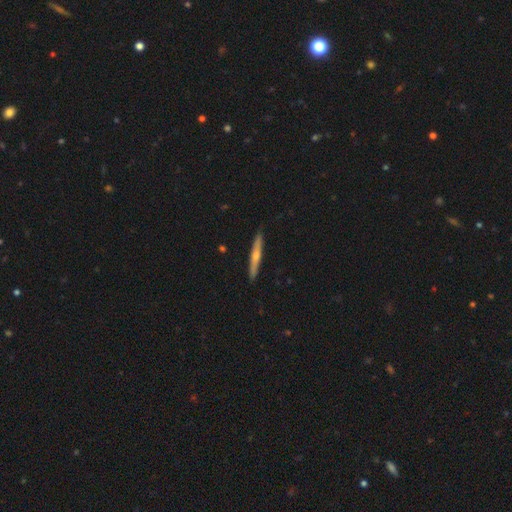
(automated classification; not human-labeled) A featured or disk galaxy (55%) viewed edge-on (96%) with a rounded central bulge (74%). Merging: none (91%).